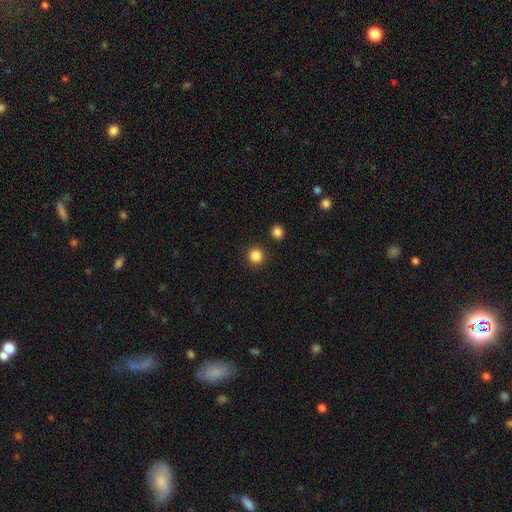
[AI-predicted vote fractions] The model was most divided on "smooth or featured": smooth: 85%, star or artifact: 12%, featured or disk: 3%. More confident: how rounded — round (93%); merging — none (90%).